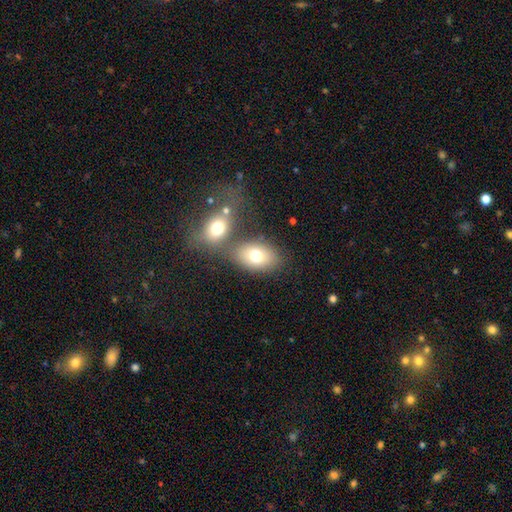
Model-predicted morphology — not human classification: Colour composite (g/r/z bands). It shows a smooth galaxy with no disk features (72%) that is in between round and cigar-shaped (76%). Merging: none (49%).